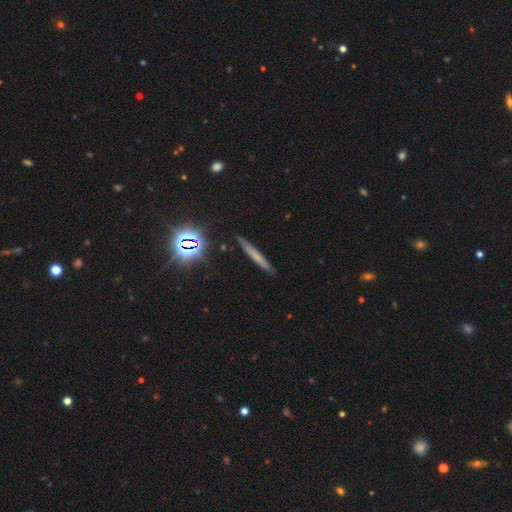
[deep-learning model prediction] smooth 53%, featured or disk 30%, star or artifact 17%. Down the decision tree: how rounded — cigar-shaped (94%); merging — none (88%).